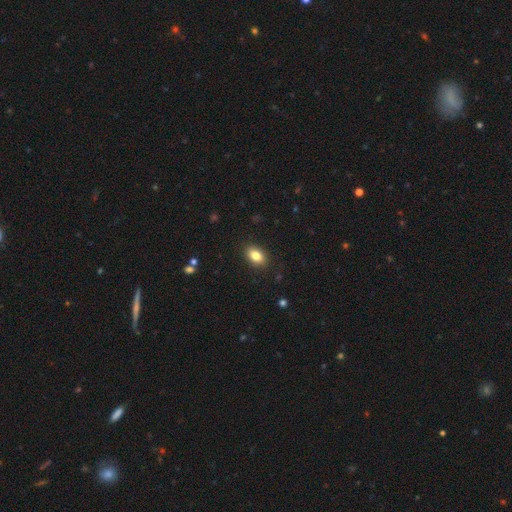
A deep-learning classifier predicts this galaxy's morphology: Smooth or featured: smooth — 84% (star or artifact — 9%)
How rounded: in between — 85% (round — 13%)
Merging: none — 88% (minor disturbance — 9%)